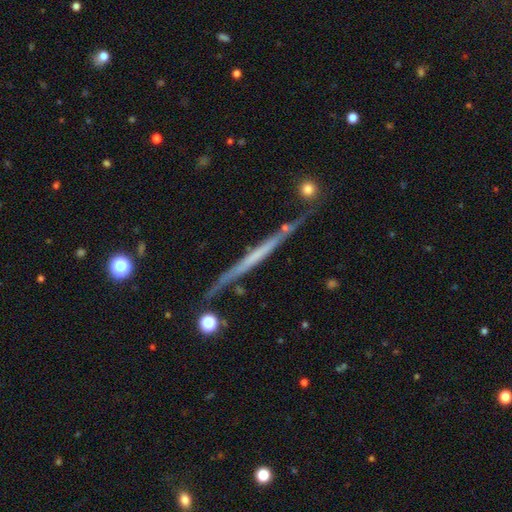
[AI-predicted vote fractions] The model was most divided on "smooth or featured": featured or disk: 68%, smooth: 26%, star or artifact: 7%. More confident: edge-on disk — yes (96%); edge-on bulge — none (81%); merging — none (77%).